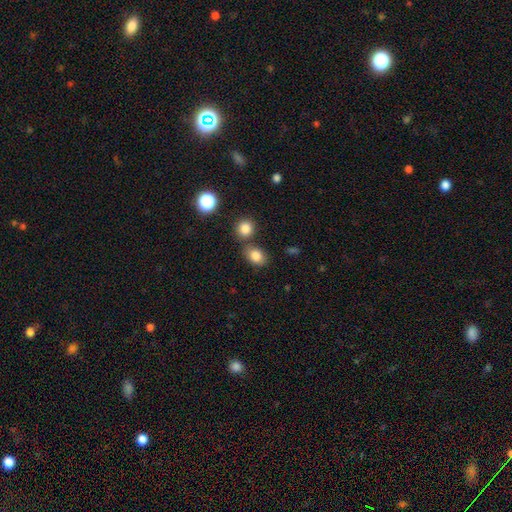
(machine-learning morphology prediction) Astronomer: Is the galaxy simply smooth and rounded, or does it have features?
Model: smooth — 83%.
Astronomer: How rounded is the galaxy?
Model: in between — 63%.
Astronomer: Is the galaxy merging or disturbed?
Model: none — 65%.